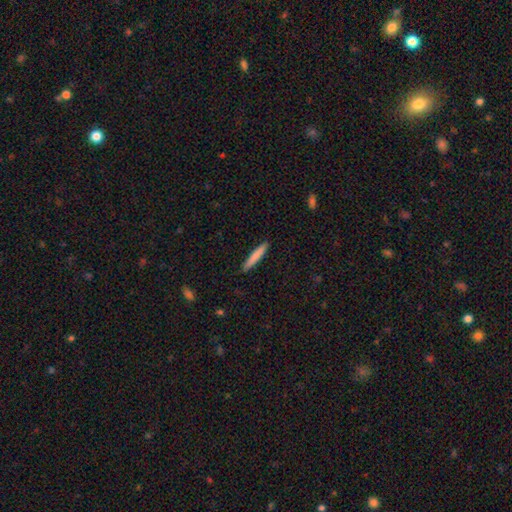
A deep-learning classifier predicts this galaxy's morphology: Smooth or featured?
  - smooth: 78% *
  - featured or disk: 17%
  - star or artifact: 6%
How rounded?
  - cigar-shaped: 94% *
  - in between: 4%
  - round: 1%
Merging?
  - none: 90% *
  - minor disturbance: 7%
  - major disturbance: 2%
  - merger: 1%